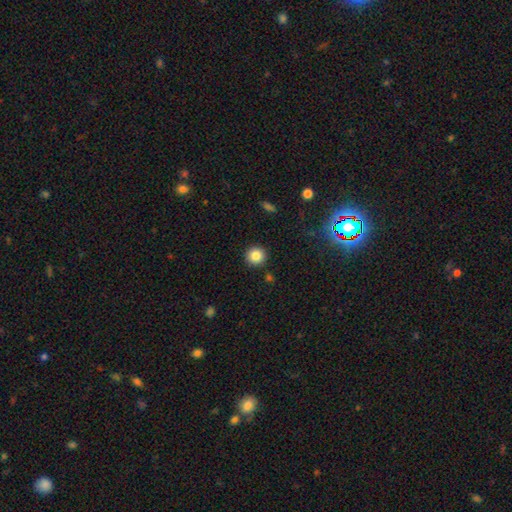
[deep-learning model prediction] The model was most divided on "smooth or featured": smooth: 84%, star or artifact: 10%, featured or disk: 5%. More confident: how rounded — round (94%); merging — none (91%).